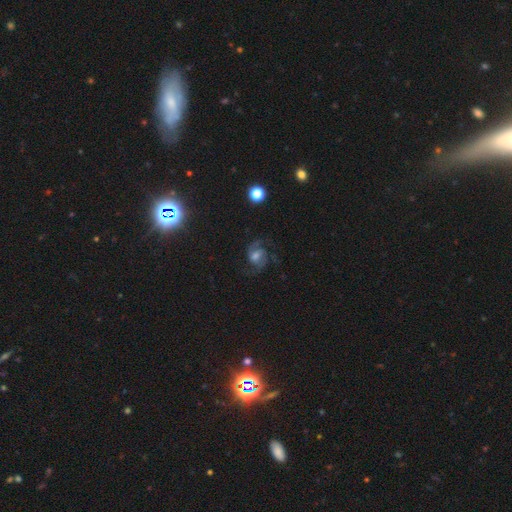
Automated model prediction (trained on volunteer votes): Morphology: type=featured or disk (80%); edge-on=no (98%); bar=weak (49%); spiral arms=yes (96%); winding=medium (56%); arm count=2 (80%); bulge=moderate (49%); merging=none (70%).